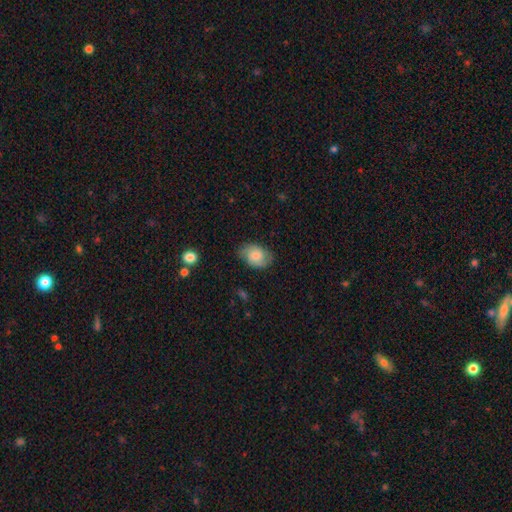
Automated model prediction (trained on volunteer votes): Overall: smooth (59%; featured or disk 34%). How rounded: in between (77%). Merging: none (73%).